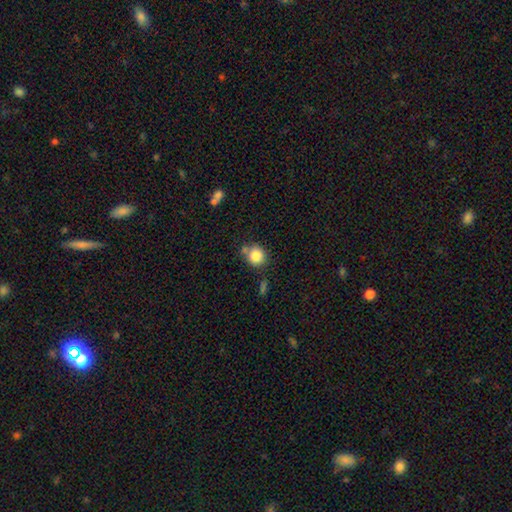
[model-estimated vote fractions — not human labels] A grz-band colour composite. It shows a smooth galaxy with no disk features (83%) that is round (82%). Merging: none (66%).